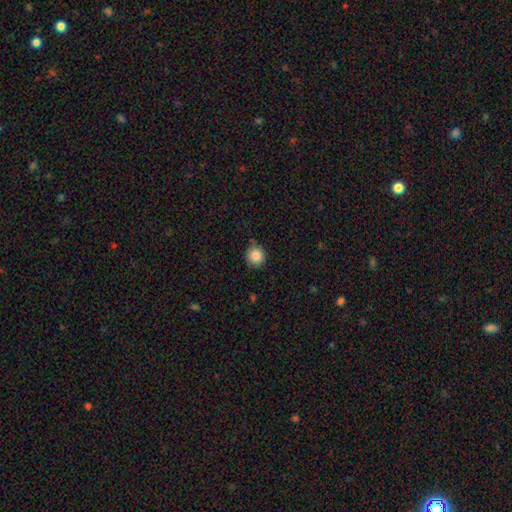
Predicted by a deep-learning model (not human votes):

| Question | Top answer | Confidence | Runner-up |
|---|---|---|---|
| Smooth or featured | smooth | 85% | star or artifact (10%) |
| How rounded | round | 91% | in between (8%) |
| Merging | none | 79% | minor disturbance (16%) |